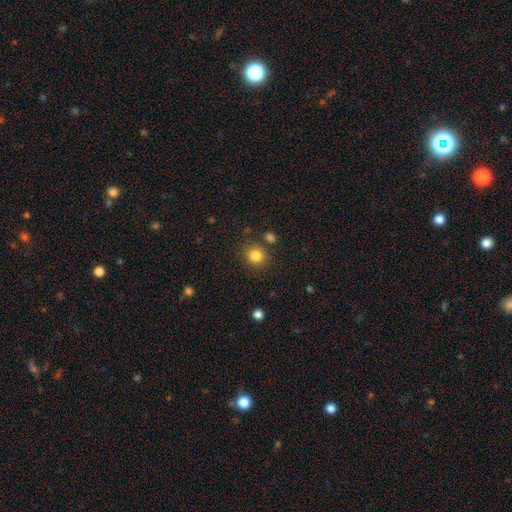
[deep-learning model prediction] smooth-or-featured: smooth: 83% | star or artifact: 11% | featured or disk: 5%
  how-rounded: round: 85% | in between: 14% | cigar-shaped: 1%
  merging: none: 82% | minor disturbance: 9% | merger: 5% | major disturbance: 3%